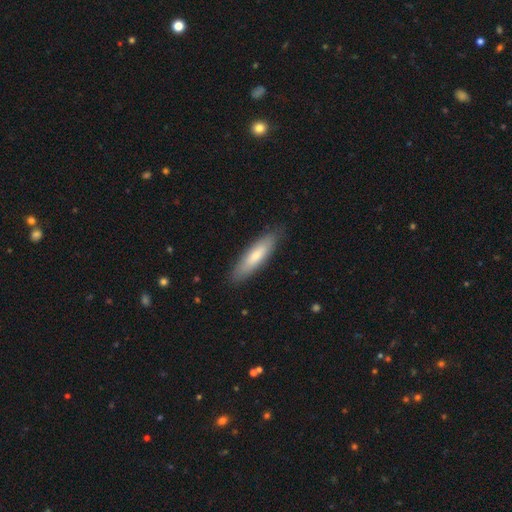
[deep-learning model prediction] This is likely a smooth galaxy (73%). How rounded: likely cigar-shaped (67%). Merging: clearly none (86%).